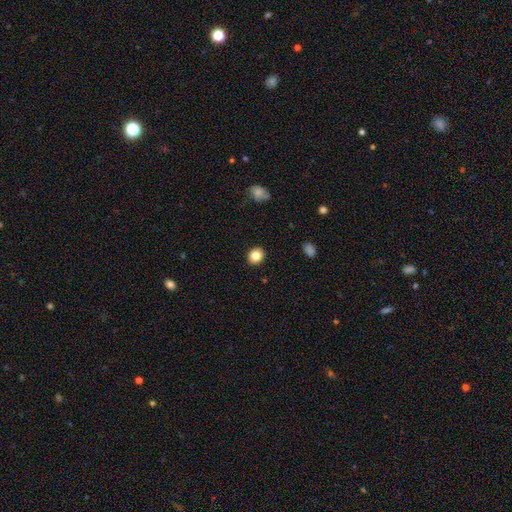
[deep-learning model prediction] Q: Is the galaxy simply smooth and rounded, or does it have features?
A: smooth — 84%.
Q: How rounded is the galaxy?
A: round — 67%.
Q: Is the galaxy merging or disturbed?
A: none — 91%.